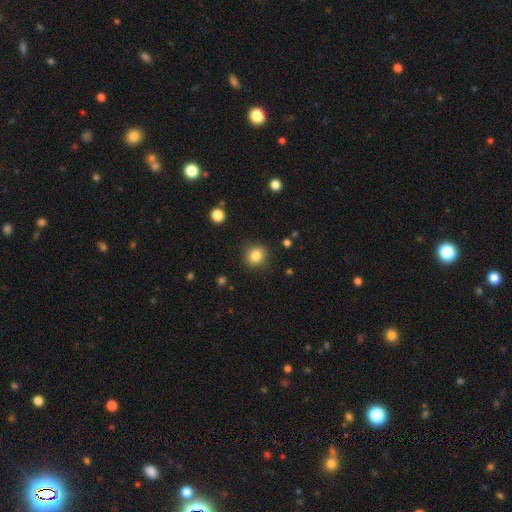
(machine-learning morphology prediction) Smooth or featured: smooth — 84% (star or artifact — 11%)
How rounded: round — 80% (in between — 19%)
Merging: none — 88% (minor disturbance — 8%)